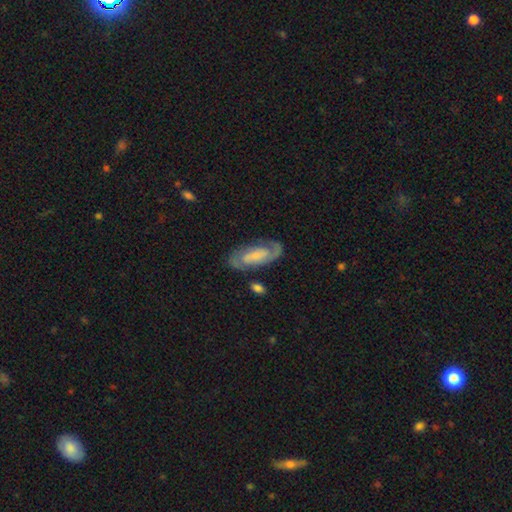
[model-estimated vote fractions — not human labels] A featured or disk galaxy (77%) with no bar (44%), 2 (82%) medium (46%) spiral arms (93%) and a small central bulge (41%). Merging: none (75%).